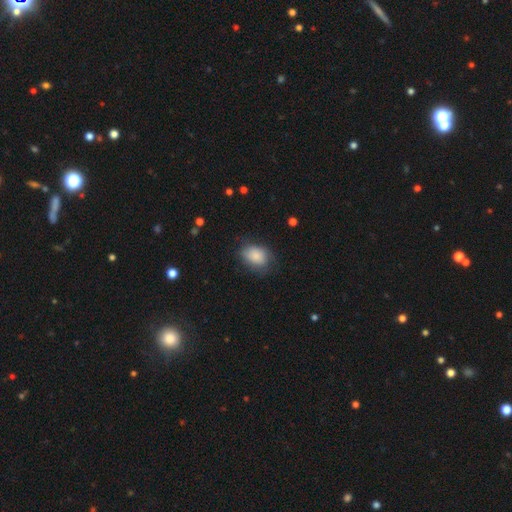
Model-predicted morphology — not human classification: A smooth galaxy with no disk features (83%) that is in between round and cigar-shaped (75%). Merging: none (64%).